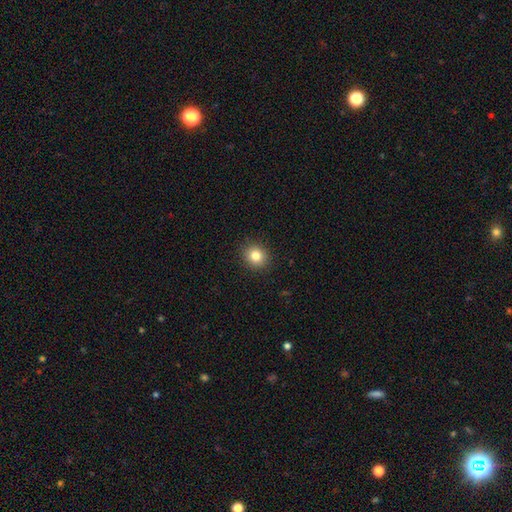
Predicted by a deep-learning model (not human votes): smooth 81%, star or artifact 11%, featured or disk 7%. Down the decision tree: how rounded — round (81%); merging — none (91%).